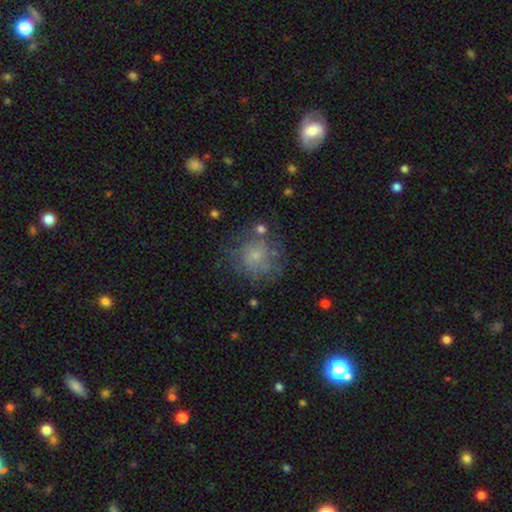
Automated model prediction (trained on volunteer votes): smooth_or_featured: smooth (p=0.58) [alt: featured or disk p=0.30]
how_rounded: round (p=0.84) [alt: in between p=0.15]
merging: none (p=0.59) [alt: minor disturbance p=0.21]